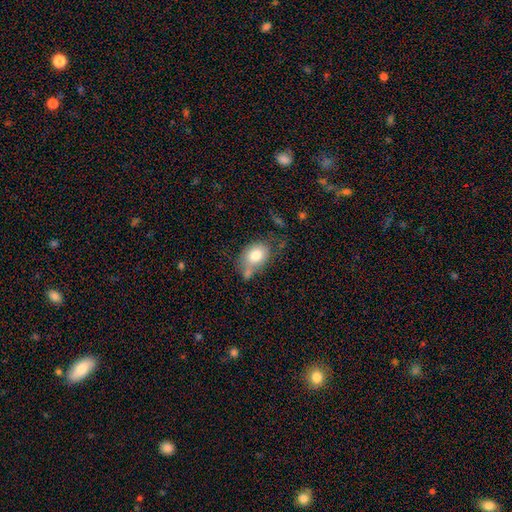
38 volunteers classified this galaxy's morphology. Smooth or featured? 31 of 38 (82%) said smooth. How rounded? 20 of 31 (65%) said in between. Merging? 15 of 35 (43%) said none.